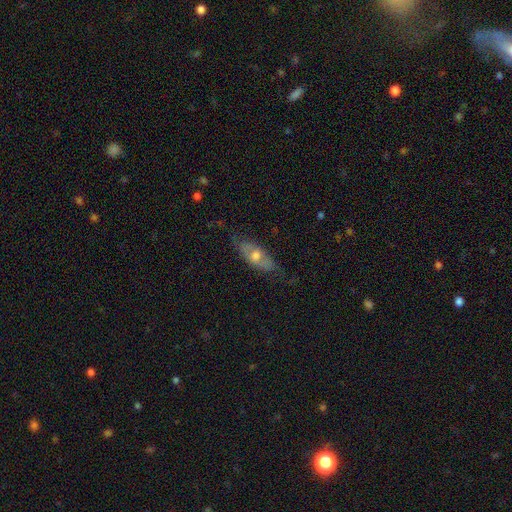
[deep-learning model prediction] Smooth or featured? featured or disk (50%)
Merging? none (70%)